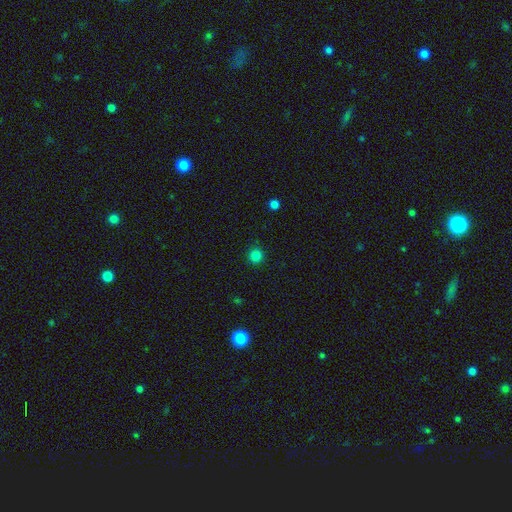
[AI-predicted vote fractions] This is clearly a smooth galaxy (83%). How rounded: clearly round (94%). Merging: clearly none (91%).